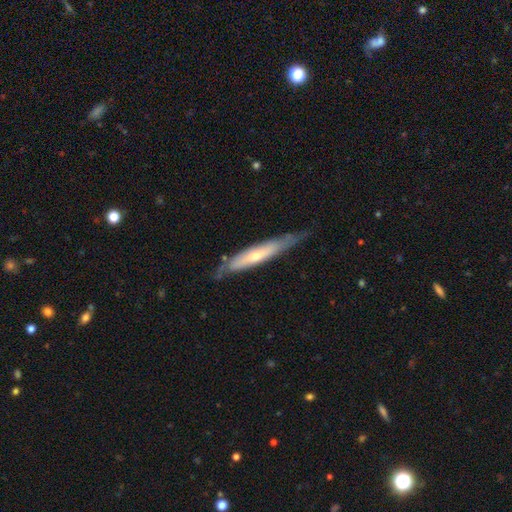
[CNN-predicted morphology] This appears to be a featured or disk galaxy (58%) viewed edge-on (72%). Merging: none (68%).